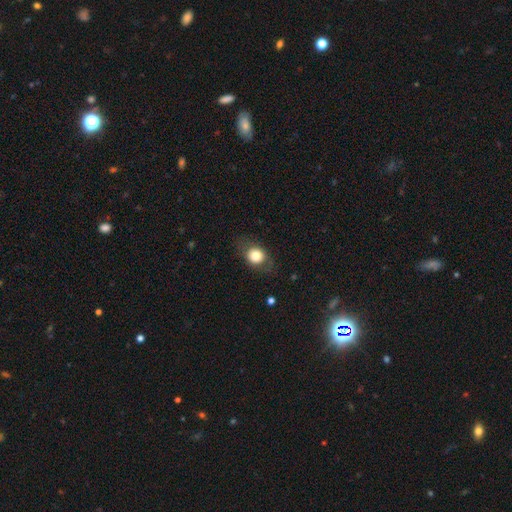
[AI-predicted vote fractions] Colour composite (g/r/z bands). It shows a smooth galaxy with no disk features (74%) that is round (58%). Merging: none (77%).